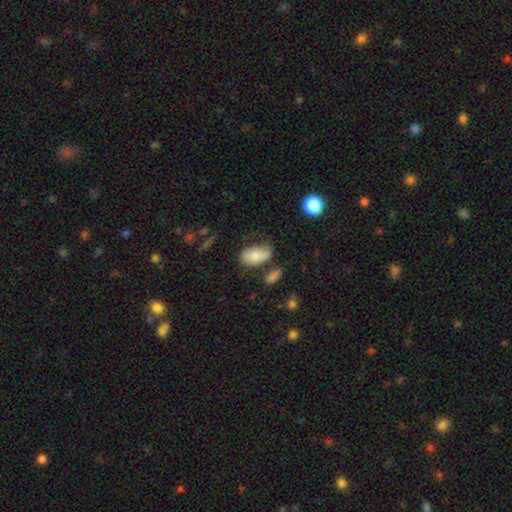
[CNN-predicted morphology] Smooth or featured: smooth — 75% (featured or disk — 18%)
How rounded: in between — 92% (round — 5%)
Merging: none — 47% (minor disturbance — 30%)